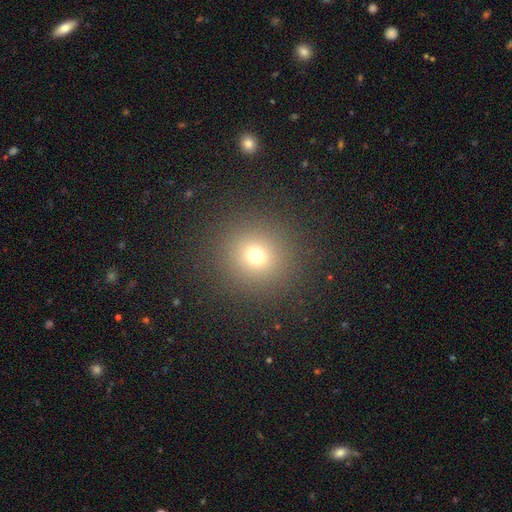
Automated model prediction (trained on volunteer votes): smooth_or_featured: smooth (p=0.71) [alt: star or artifact p=0.20]
how_rounded: round (p=0.92) [alt: in between p=0.07]
merging: none (p=0.90) [alt: minor disturbance p=0.06]